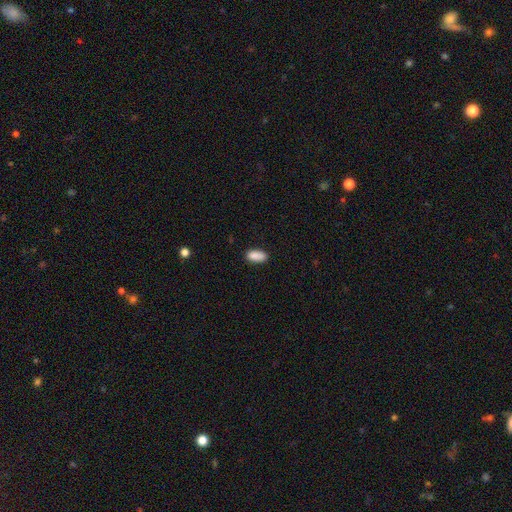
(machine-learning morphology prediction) Overall: smooth (89%). How rounded: in between (90%). Merging: none (81%).